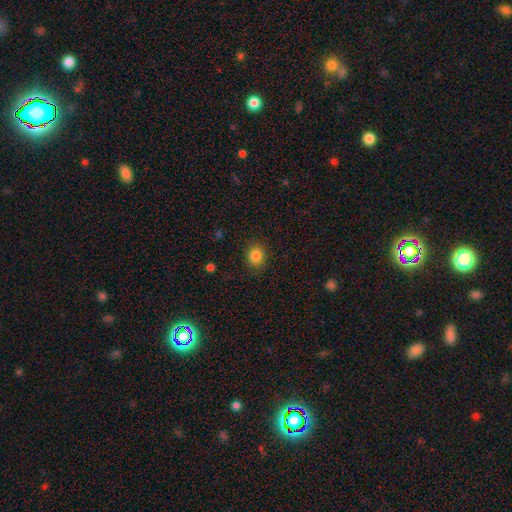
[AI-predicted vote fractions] Smooth or featured? Predicted: smooth (p=0.85). How rounded? Predicted: round (p=0.64). Merging? Predicted: none (p=0.88).